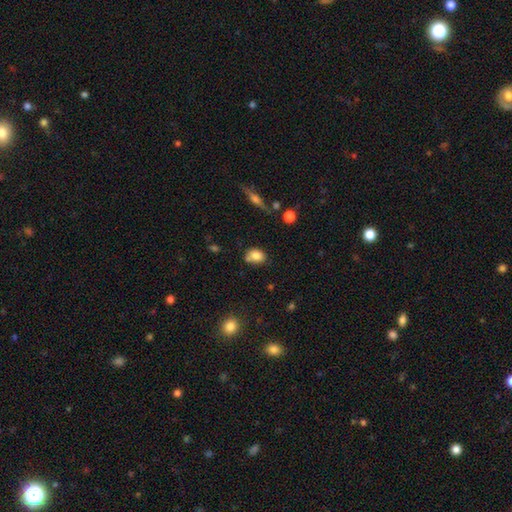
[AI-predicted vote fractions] Smooth or featured? Predicted: smooth (p=0.79). How rounded? Predicted: in between (p=0.70). Merging? Predicted: none (p=0.54).